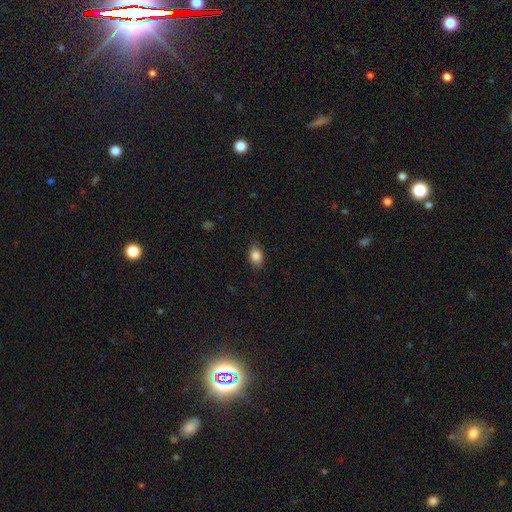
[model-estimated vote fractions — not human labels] Smooth or featured?
  - smooth: 84% *
  - star or artifact: 9%
  - featured or disk: 7%
How rounded?
  - in between: 74% *
  - round: 24%
  - cigar-shaped: 2%
Merging?
  - none: 81% *
  - minor disturbance: 15%
  - major disturbance: 3%
  - merger: 1%